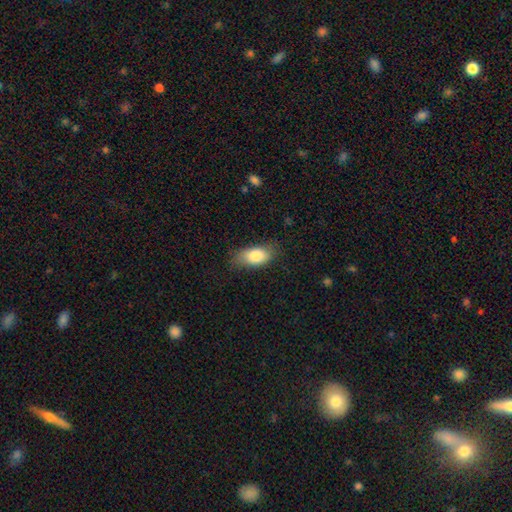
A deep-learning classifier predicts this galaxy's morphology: smooth 83%, featured or disk 10%, star or artifact 7%. Down the decision tree: how rounded — in between (90%); merging — none (71%).